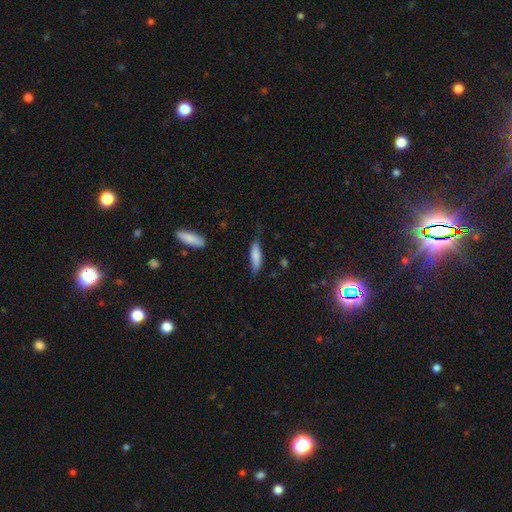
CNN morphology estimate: type=smooth (77%); roundness=cigar-shaped (63%); merging=none (52%).